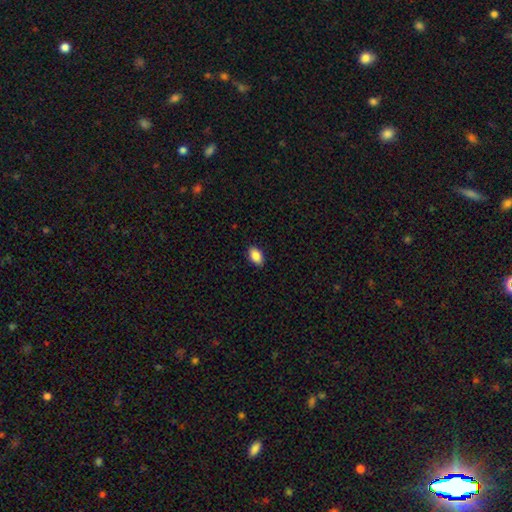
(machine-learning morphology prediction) type=smooth (88%); roundness=in between (92%); merging=none (88%).